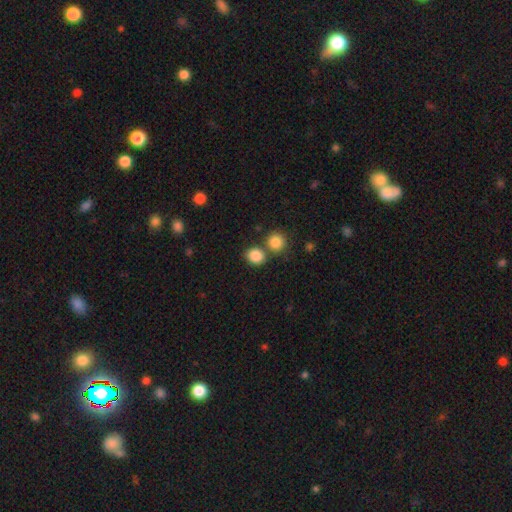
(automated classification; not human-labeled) Morphology: type=smooth (86%); roundness=round (71%); merging=none (65%).